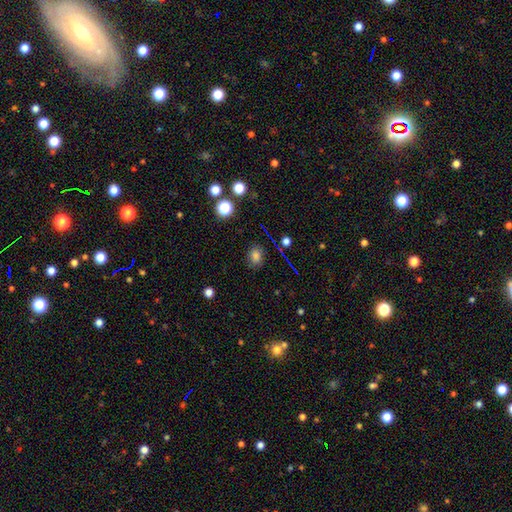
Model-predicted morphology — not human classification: type=smooth (77%); roundness=in between (51%); merging=none (81%).